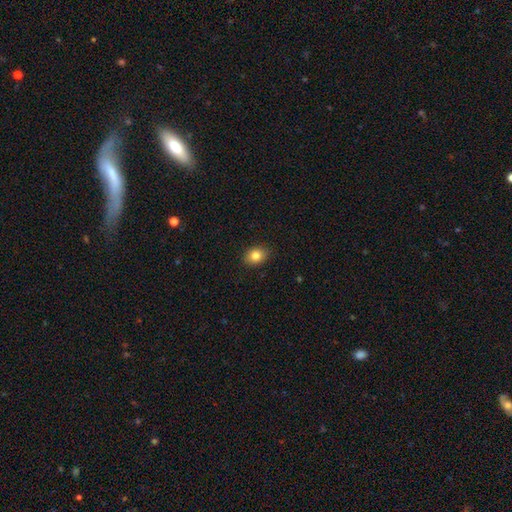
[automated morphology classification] This is clearly a smooth galaxy (83%). How rounded: likely in between (63%). Merging: clearly none (89%).